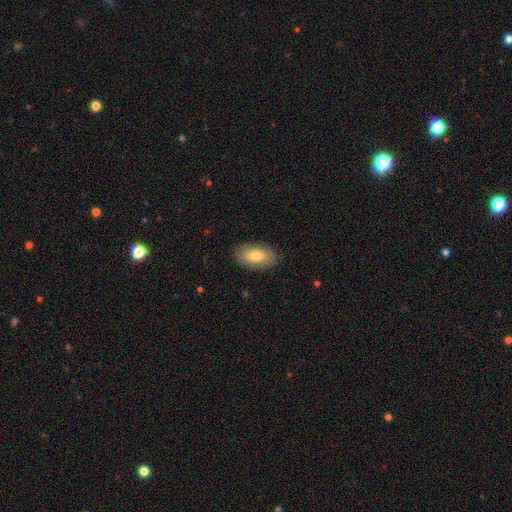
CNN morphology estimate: A smooth galaxy with no disk features (77%) that is in between round and cigar-shaped (93%). Merging: none (86%).